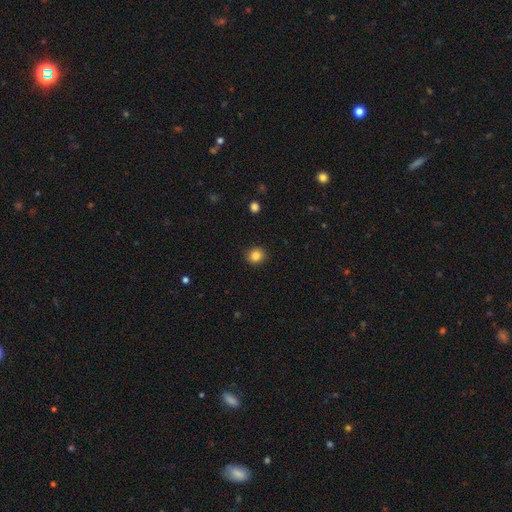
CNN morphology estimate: Smooth or featured? smooth (85%)
How rounded? round (86%)
Merging? none (91%)